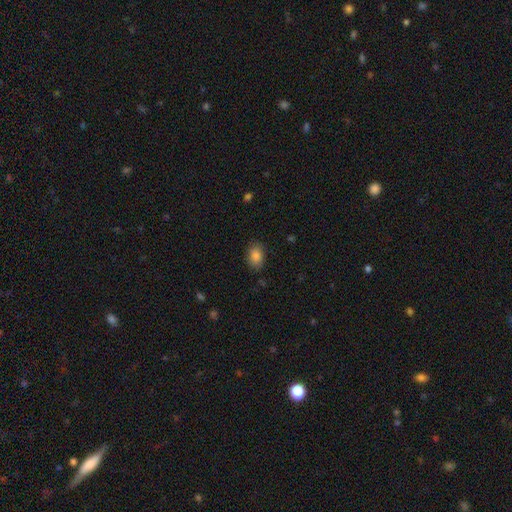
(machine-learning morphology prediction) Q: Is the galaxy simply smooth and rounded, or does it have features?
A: smooth — 86%.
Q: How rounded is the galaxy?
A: in between — 79%.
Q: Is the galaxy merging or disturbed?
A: none — 84%.